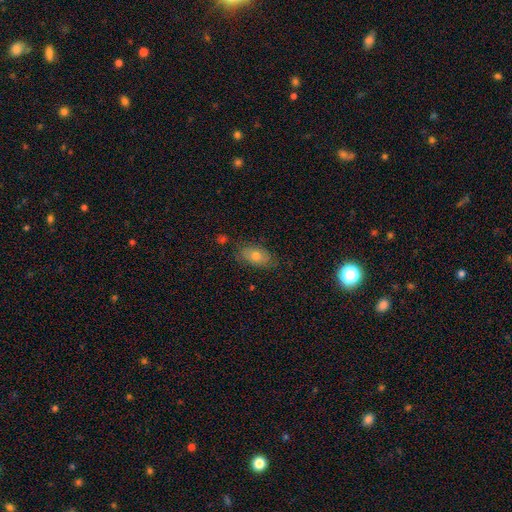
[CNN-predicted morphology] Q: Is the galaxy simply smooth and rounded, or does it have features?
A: smooth — 69%.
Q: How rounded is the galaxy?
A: in between — 88%.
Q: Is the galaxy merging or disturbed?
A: none — 76%.